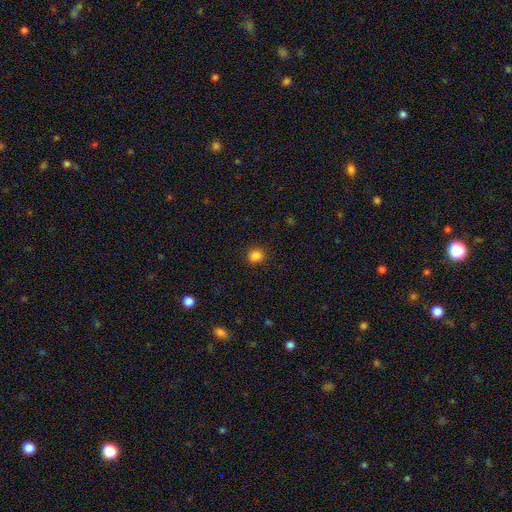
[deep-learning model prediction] A smooth galaxy with no disk features (84%) that is round (74%).

Vote fractions:
- Smooth or featured? smooth: 84% / star or artifact: 13% / featured or disk: 3%
- How rounded? round: 74% / in between: 25% / cigar-shaped: 1%
- Merging? none: 88% / minor disturbance: 8% / major disturbance: 2% / merger: 1%